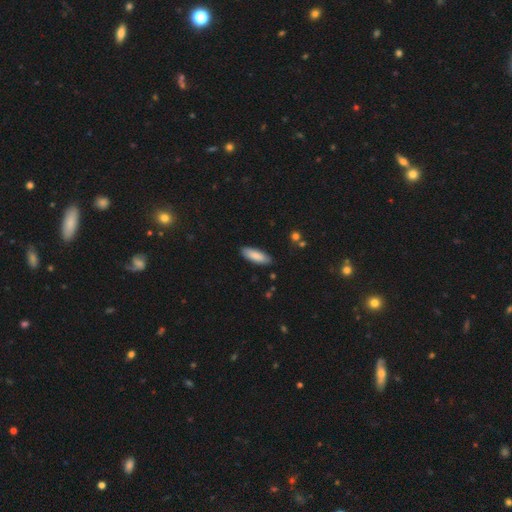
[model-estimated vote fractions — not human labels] smooth 87%, featured or disk 7%, star or artifact 5%. Down the decision tree: how rounded — in between (63%); merging — none (87%).